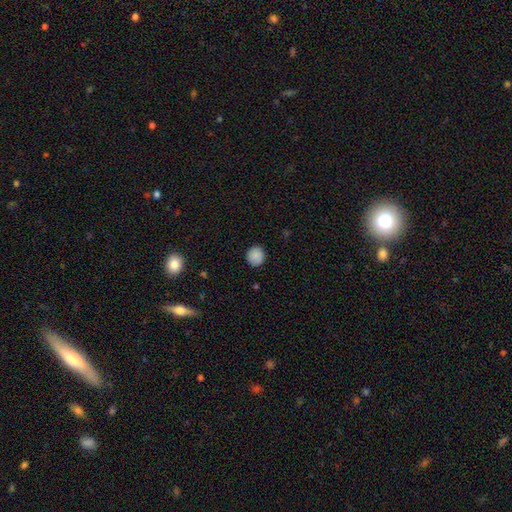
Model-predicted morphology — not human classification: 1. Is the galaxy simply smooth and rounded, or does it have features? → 87% smooth, 9% star or artifact, 4% featured or disk.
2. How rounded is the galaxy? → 86% round, 13% in between, 1% cigar-shaped.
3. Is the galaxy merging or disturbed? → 88% none, 9% minor disturbance, 2% major disturbance, 1% merger.